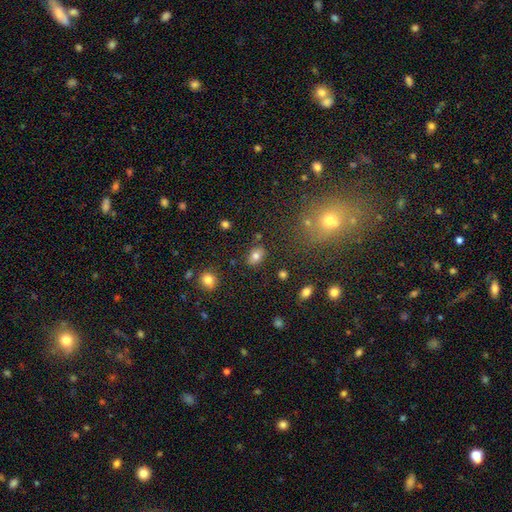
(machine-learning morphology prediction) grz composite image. It shows a smooth galaxy with no disk features (77%) that is in between round and cigar-shaped (80%). Merging: none (82%).